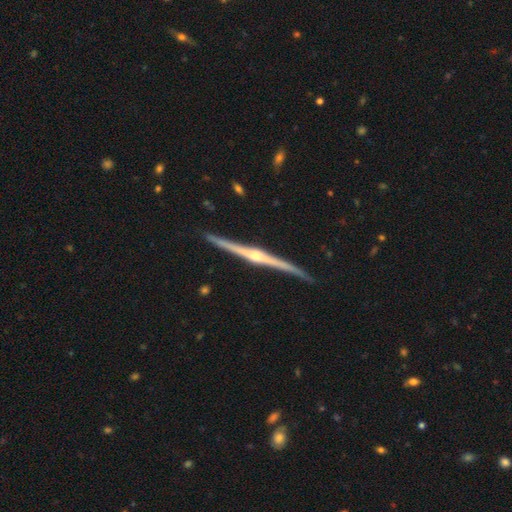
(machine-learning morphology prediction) This appears to be a featured or disk galaxy (89%) viewed edge-on (99%) with a rounded central bulge (87%). Merging: none (91%).